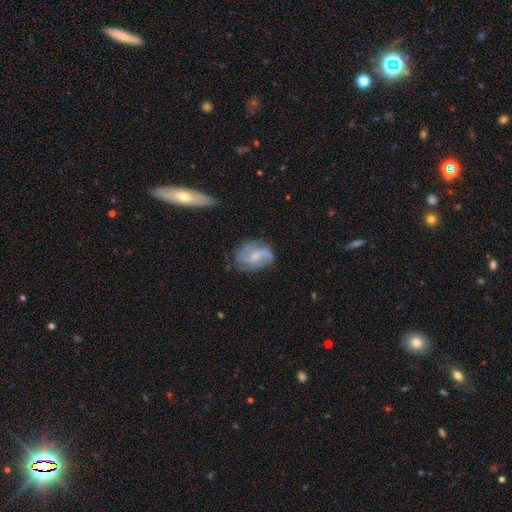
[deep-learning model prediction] The model was most divided on "bar": no: 46%, weak: 45%, strong: 9%. Remaining: edge-on disk — no (97%); spiral arms — yes (88%); smooth or featured — featured or disk (71%); merging — none (60%); spiral arm count — 2 (58%); bulge size — small (54%); spiral winding — medium (43%).